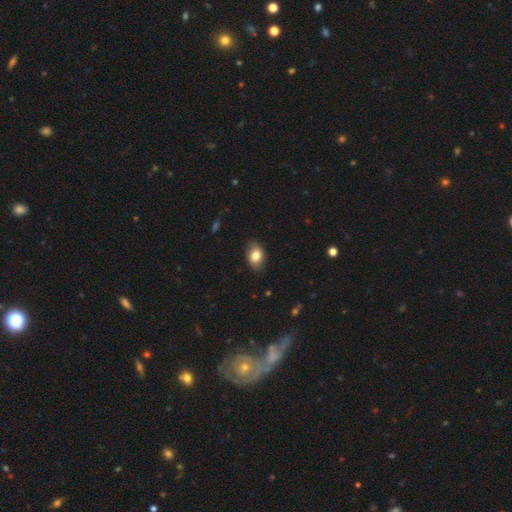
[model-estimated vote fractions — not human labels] The model was most divided on "how rounded": in between: 81%, round: 17%, cigar-shaped: 1%. More confident: merging — none (83%); smooth or featured — smooth (82%).